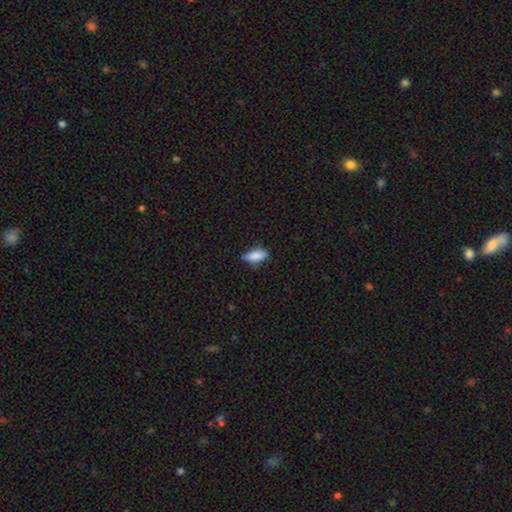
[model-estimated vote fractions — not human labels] Q: Smooth or featured?
A: smooth (79%); runner-up: featured or disk (13%)
Q: How rounded?
A: in between (70%); runner-up: cigar-shaped (28%)
Q: Merging?
A: none (72%); runner-up: minor disturbance (22%)